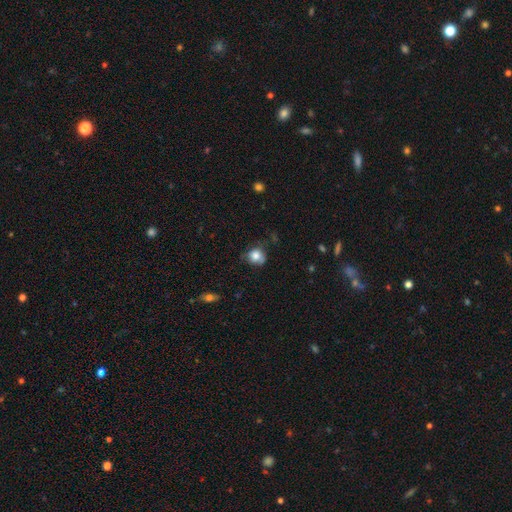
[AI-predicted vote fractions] This is likely a smooth galaxy (78%). How rounded: likely round (76%). Merging: possibly none (53%).